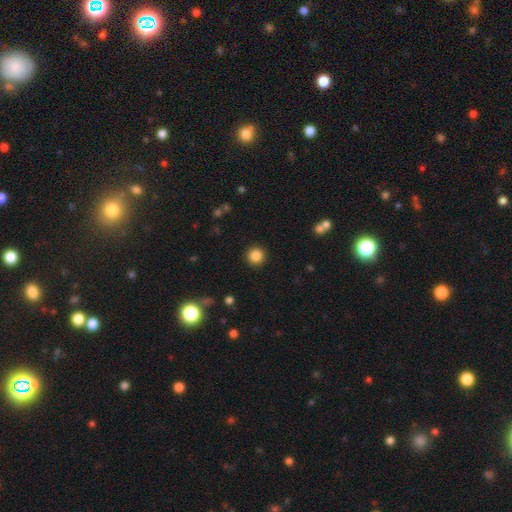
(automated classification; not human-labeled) Q: Smooth or featured?
A: smooth (85%); runner-up: star or artifact (11%)
Q: How rounded?
A: round (95%); runner-up: in between (4%)
Q: Merging?
A: none (92%); runner-up: minor disturbance (5%)